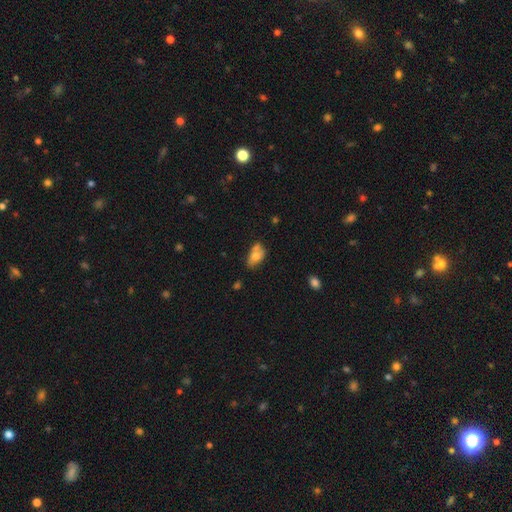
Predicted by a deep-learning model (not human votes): A smooth galaxy with no disk features (65%) that is in between round and cigar-shaped (85%).

Vote fractions:
- Smooth or featured? smooth: 65% / featured or disk: 26% / star or artifact: 9%
- How rounded? in between: 85% / round: 12% / cigar-shaped: 3%
- Merging? none: 39% / merger: 26% / minor disturbance: 25% / major disturbance: 9%